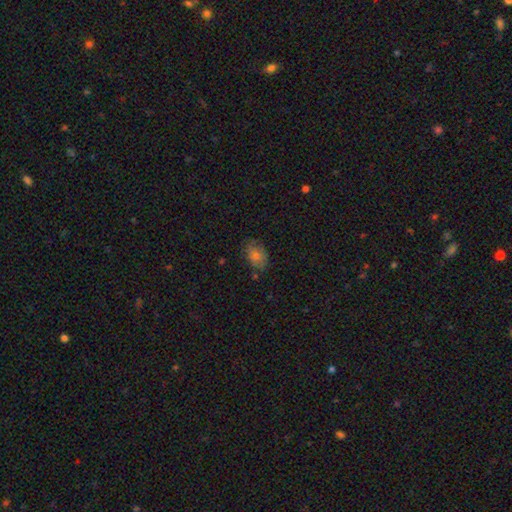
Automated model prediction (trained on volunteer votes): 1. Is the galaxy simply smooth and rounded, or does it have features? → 72% smooth, 16% featured or disk, 12% star or artifact.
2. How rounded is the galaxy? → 80% in between, 19% round, 1% cigar-shaped.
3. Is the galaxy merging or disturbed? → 74% none, 19% minor disturbance, 4% major disturbance, 3% merger.